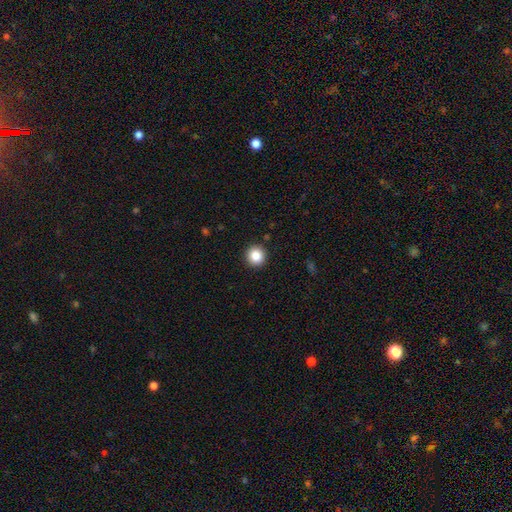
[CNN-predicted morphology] smooth-or-featured: smooth: 86% | star or artifact: 10% | featured or disk: 4%
  how-rounded: round: 94% | in between: 5% | cigar-shaped: 1%
  merging: none: 92% | minor disturbance: 5% | major disturbance: 2% | merger: 1%